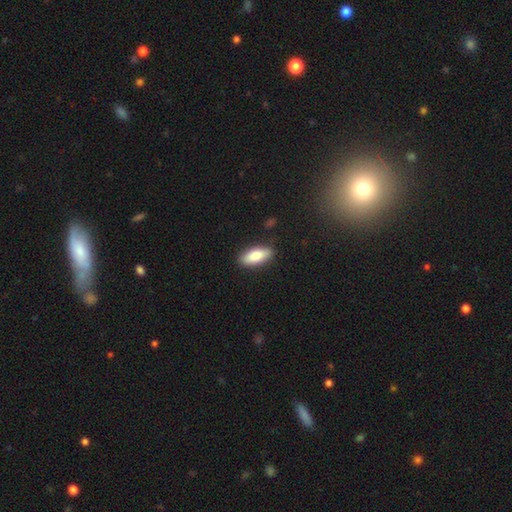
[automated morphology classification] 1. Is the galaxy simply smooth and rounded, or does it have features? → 83% smooth, 11% featured or disk, 6% star or artifact.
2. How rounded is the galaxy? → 78% in between, 20% cigar-shaped, 2% round.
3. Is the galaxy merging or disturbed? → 87% none, 9% minor disturbance, 2% major disturbance, 1% merger.